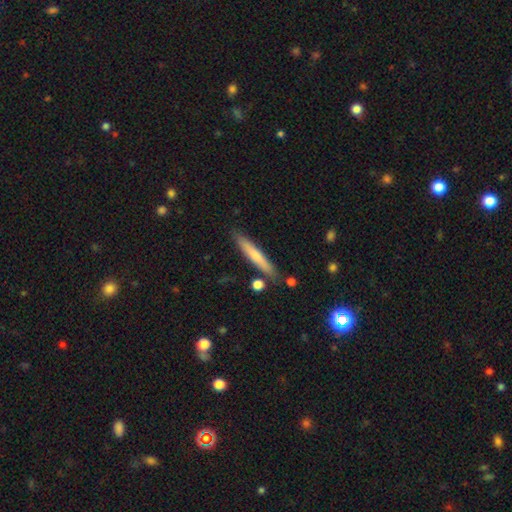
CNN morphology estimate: Smooth or featured?
  - smooth: 67% *
  - featured or disk: 27%
  - star or artifact: 6%
How rounded?
  - cigar-shaped: 94% *
  - in between: 4%
  - round: 1%
Merging?
  - none: 85% *
  - minor disturbance: 9%
  - merger: 3%
  - major disturbance: 2%